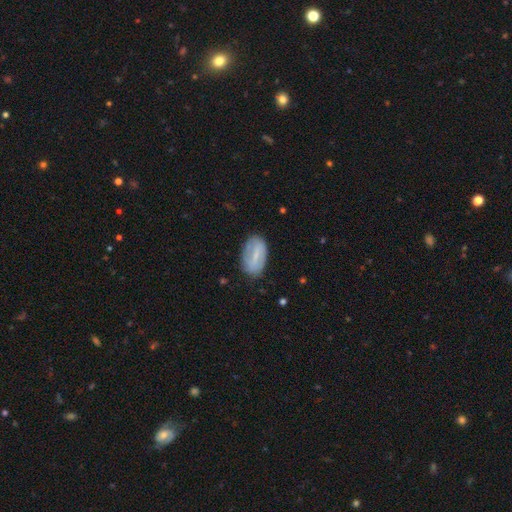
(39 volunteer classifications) smooth_or_featured: smooth (p=0.49) [alt: featured or disk p=0.46]
how_rounded: in between (p=1.00)
merging: none (p=0.70) [alt: minor disturbance p=0.27]